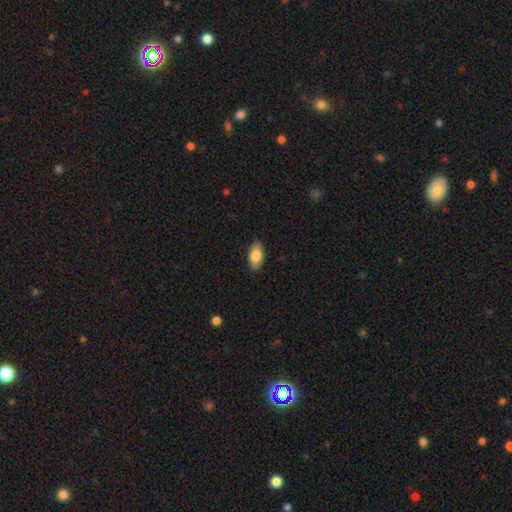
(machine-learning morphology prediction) smooth_or_featured: smooth (p=0.82) [alt: featured or disk p=0.12]
how_rounded: in between (p=0.93) [alt: cigar-shaped p=0.04]
merging: none (p=0.89) [alt: minor disturbance p=0.08]